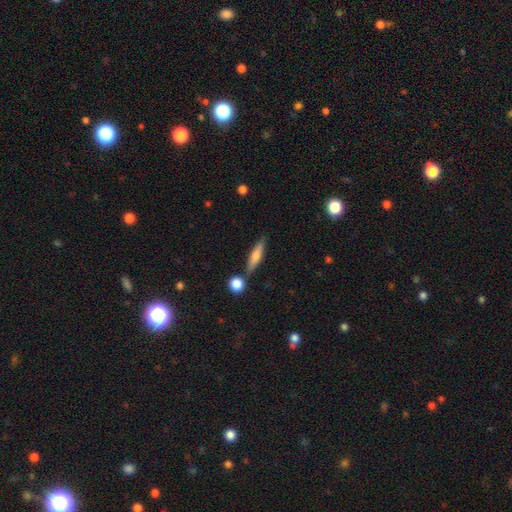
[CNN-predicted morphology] Smooth or featured? Predicted: smooth (p=0.59). How rounded? Predicted: cigar-shaped (p=0.76). Merging? Predicted: none (p=0.78).